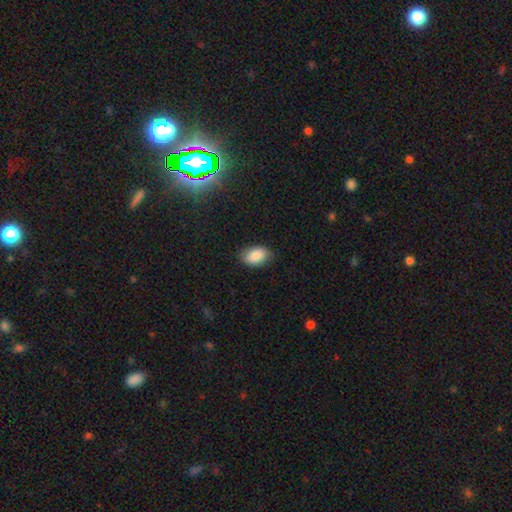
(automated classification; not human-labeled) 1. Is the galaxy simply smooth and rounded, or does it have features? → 86% smooth, 7% star or artifact, 6% featured or disk.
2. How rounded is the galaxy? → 90% in between, 9% round, 1% cigar-shaped.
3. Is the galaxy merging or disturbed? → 80% none, 16% minor disturbance, 3% major disturbance, 1% merger.